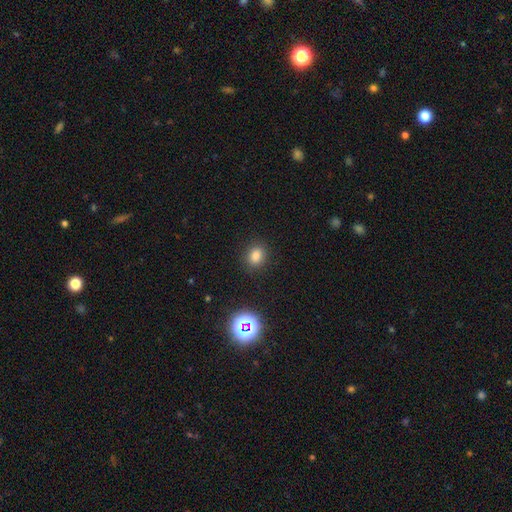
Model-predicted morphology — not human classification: smooth_or_featured: smooth (p=0.80) [alt: star or artifact p=0.16]
how_rounded: round (p=0.62) [alt: in between p=0.37]
merging: none (p=0.88) [alt: minor disturbance p=0.08]